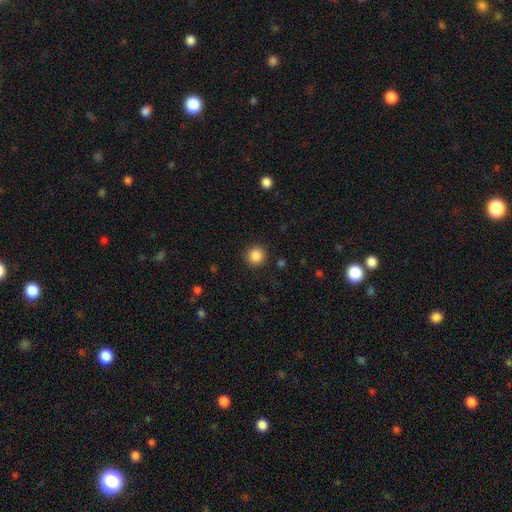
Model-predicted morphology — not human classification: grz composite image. It shows a smooth galaxy with no disk features (87%) that is round (94%). Merging: none (91%).